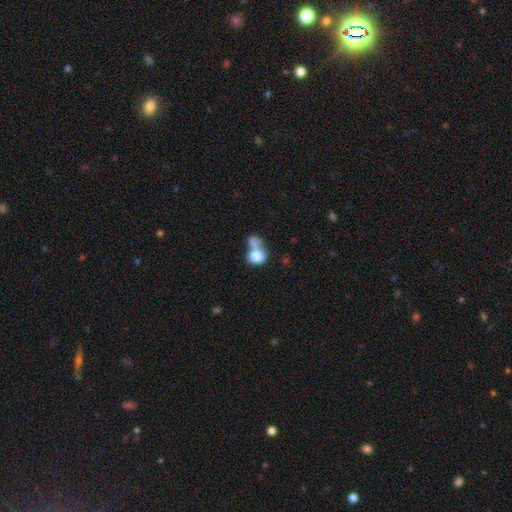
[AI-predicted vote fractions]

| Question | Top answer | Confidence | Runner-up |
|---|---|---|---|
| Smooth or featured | smooth | 75% | featured or disk (16%) |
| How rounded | in between | 58% | round (41%) |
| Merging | merger | 60% | none (18%) |